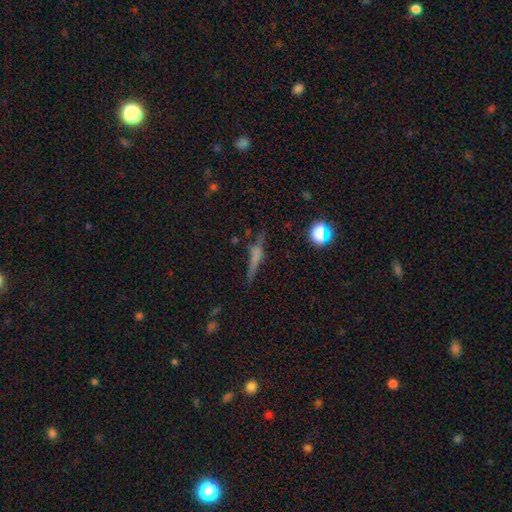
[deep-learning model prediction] A featured or disk galaxy (43%). Merging: none (70%).